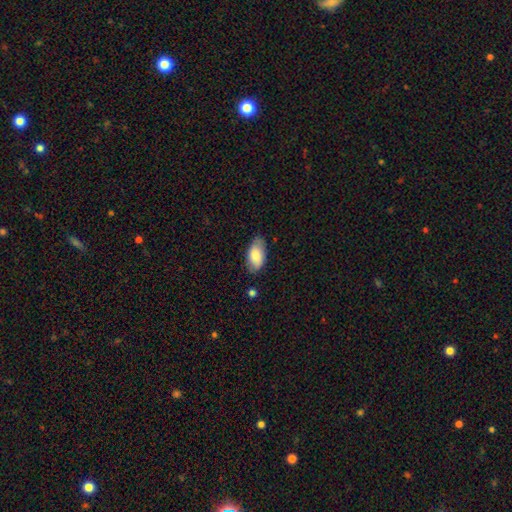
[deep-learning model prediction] smooth_or_featured: smooth (p=0.78) [alt: featured or disk p=0.16]
how_rounded: in between (p=0.94) [alt: round p=0.03]
merging: none (p=0.77) [alt: minor disturbance p=0.18]